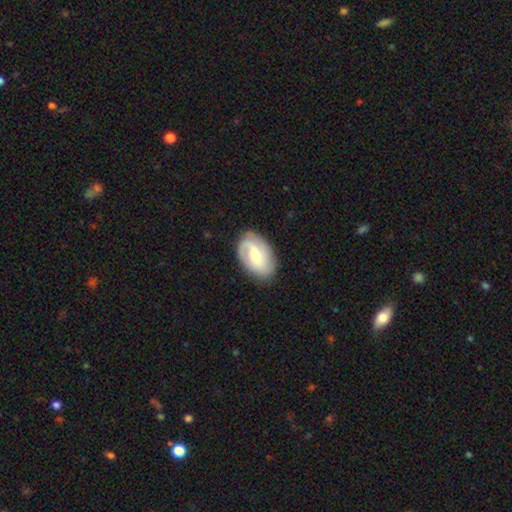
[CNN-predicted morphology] The model was most divided on "bar": weak: 47%, no: 40%, strong: 13%. Remaining: edge-on disk — no (96%); spiral arms — yes (91%); merging — none (77%); smooth or featured — featured or disk (73%); bulge size — moderate (57%); spiral arm count — 2 (53%); spiral winding — medium (42%).